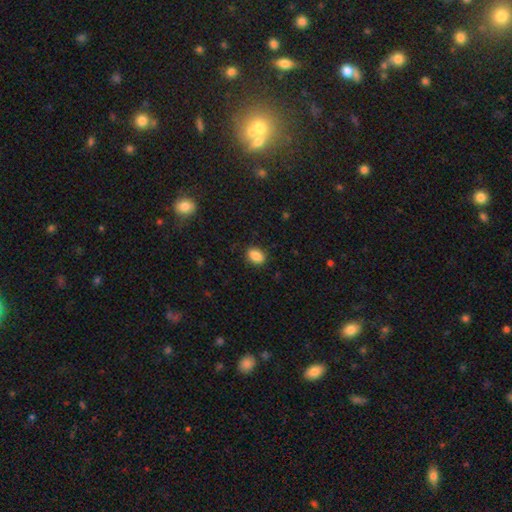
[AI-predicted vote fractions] A smooth galaxy with no disk features (88%) that is in between round and cigar-shaped (83%). Merging: none (86%).